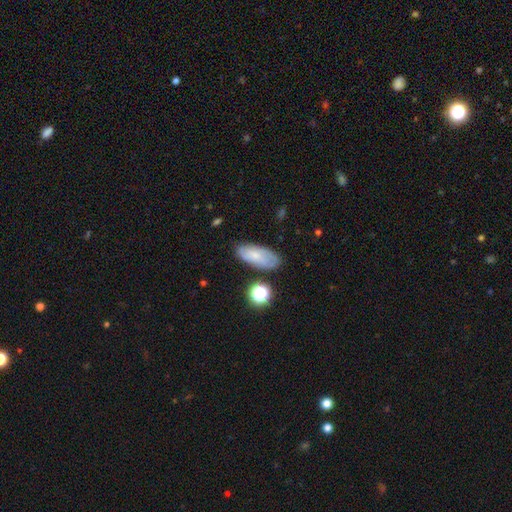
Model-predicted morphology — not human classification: Overall: smooth (56%; featured or disk 34%). How rounded: in between (84%). Merging: none (72%).